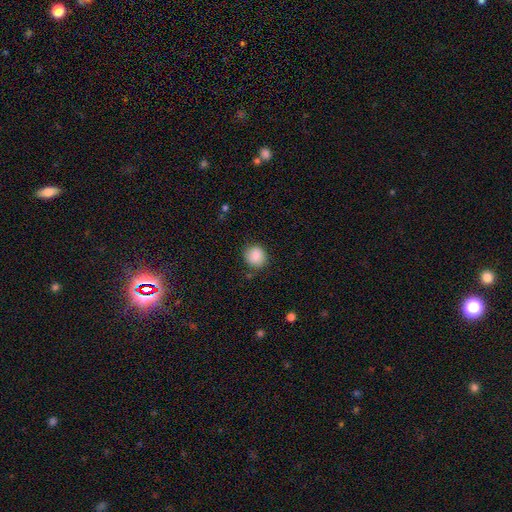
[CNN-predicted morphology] Smooth or featured?
  - smooth: 88% *
  - star or artifact: 8%
  - featured or disk: 4%
How rounded?
  - round: 85% *
  - in between: 15%
  - cigar-shaped: 1%
Merging?
  - none: 83% *
  - minor disturbance: 12%
  - major disturbance: 3%
  - merger: 2%